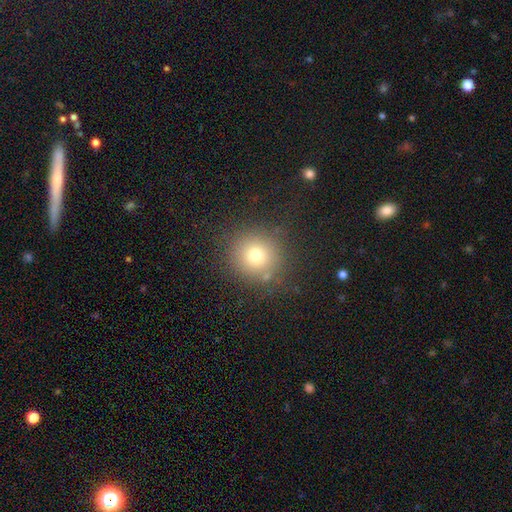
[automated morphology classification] Smooth or featured: smooth — 73% (star or artifact — 16%)
How rounded: round — 94% (in between — 6%)
Merging: none — 83% (minor disturbance — 9%)